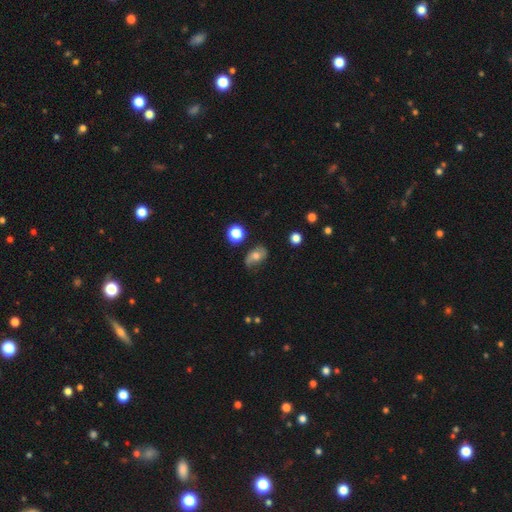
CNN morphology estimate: Q: Smooth or featured?
A: smooth (52%); runner-up: featured or disk (37%)
Q: How rounded?
A: in between (78%); runner-up: round (20%)
Q: Merging?
A: none (59%); runner-up: minor disturbance (28%)